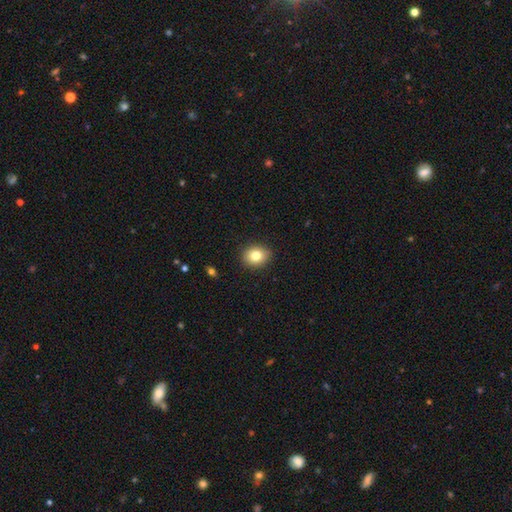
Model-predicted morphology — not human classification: Smooth or featured?
  - smooth: 80% *
  - featured or disk: 10%
  - star or artifact: 10%
How rounded?
  - round: 61% *
  - in between: 39%
  - cigar-shaped: 1%
Merging?
  - none: 89% *
  - minor disturbance: 8%
  - major disturbance: 2%
  - merger: 1%